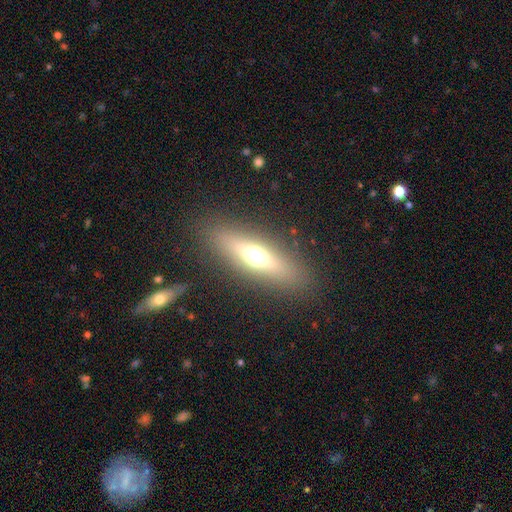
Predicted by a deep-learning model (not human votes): The model was most divided on "smooth or featured": smooth: 45%, featured or disk: 44%, star or artifact: 11%. More confident: merging — none (87%).